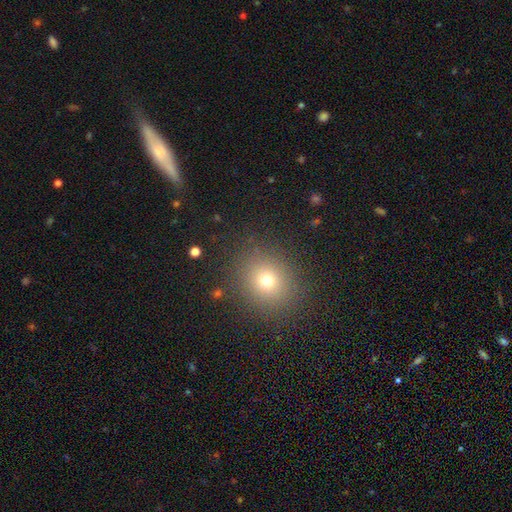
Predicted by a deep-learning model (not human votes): Smooth or featured? smooth (64%)
How rounded? round (83%)
Merging? none (90%)